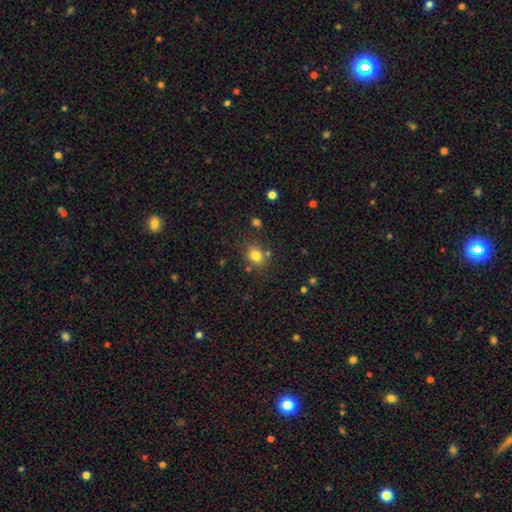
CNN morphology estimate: Smooth or featured? Predicted: smooth (p=0.79). How rounded? Predicted: round (p=0.59). Merging? Predicted: none (p=0.77).